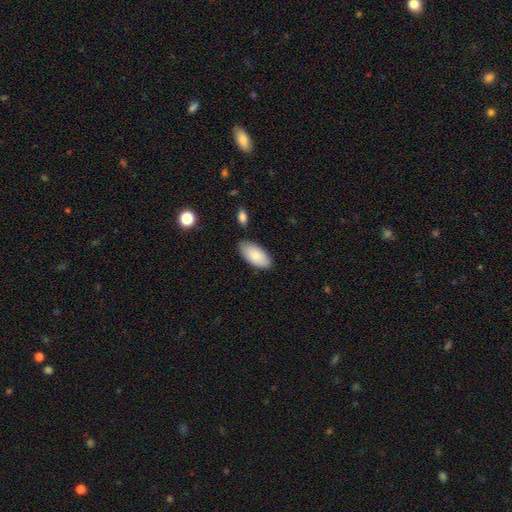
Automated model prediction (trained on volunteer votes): smooth-or-featured: smooth: 85% | featured or disk: 10% | star or artifact: 6%
  how-rounded: in between: 94% | cigar-shaped: 4% | round: 2%
  merging: none: 80% | minor disturbance: 14% | merger: 3% | major disturbance: 3%